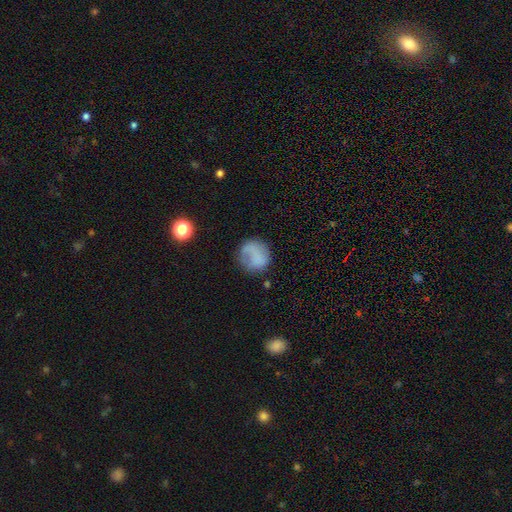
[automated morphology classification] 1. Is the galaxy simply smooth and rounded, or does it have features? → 66% smooth, 23% featured or disk, 10% star or artifact.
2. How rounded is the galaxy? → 86% round, 13% in between, 1% cigar-shaped.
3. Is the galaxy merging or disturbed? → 62% none, 22% minor disturbance, 14% major disturbance, 3% merger.